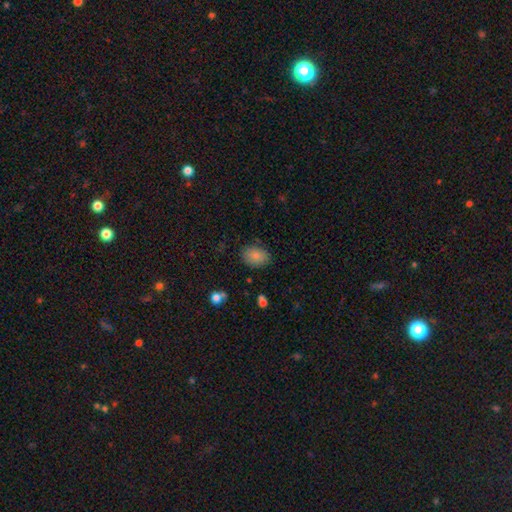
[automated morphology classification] smooth_or_featured: smooth (p=0.85) [alt: star or artifact p=0.08]
how_rounded: in between (p=0.78) [alt: round p=0.21]
merging: none (p=0.84) [alt: minor disturbance p=0.12]